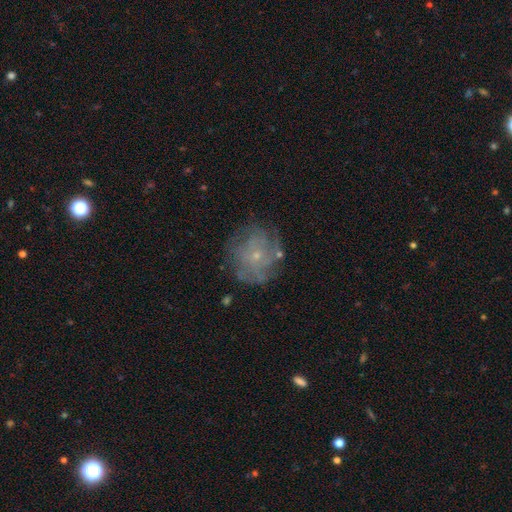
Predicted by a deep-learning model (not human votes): Q: Smooth or featured?
A: featured or disk (59%); runner-up: smooth (29%)
Q: Edge-on disk?
A: no (97%); runner-up: yes (3%)
Q: Bar?
A: no (87%); runner-up: weak (11%)
Q: Spiral arms?
A: yes (62%); runner-up: no (38%)
Q: Bulge size?
A: small (81%); runner-up: moderate (14%)
Q: Merging?
A: none (70%); runner-up: minor disturbance (18%)